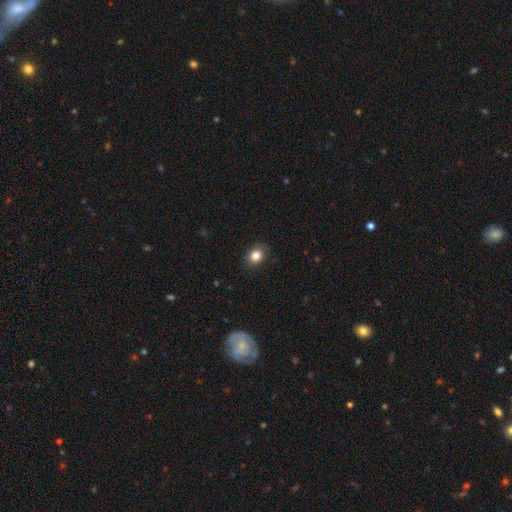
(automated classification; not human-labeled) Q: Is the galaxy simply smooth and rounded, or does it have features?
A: smooth — 85%.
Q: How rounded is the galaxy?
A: round — 52%.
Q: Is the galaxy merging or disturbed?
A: none — 87%.